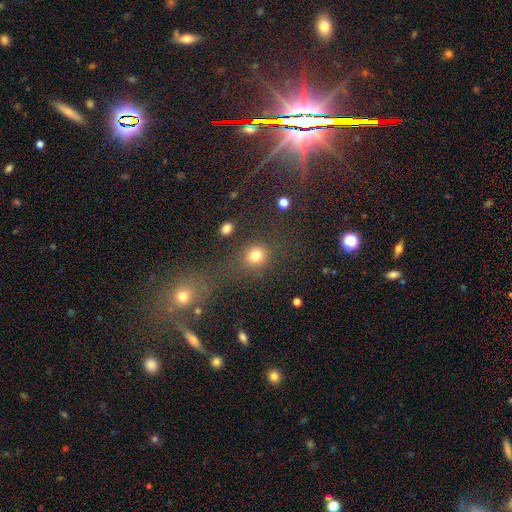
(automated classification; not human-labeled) Smooth or featured: smooth — 79% (star or artifact — 14%)
How rounded: round — 83% (in between — 15%)
Merging: none — 68% (merger — 13%)